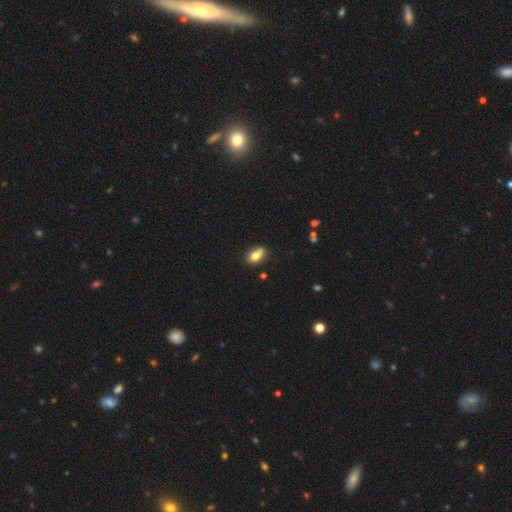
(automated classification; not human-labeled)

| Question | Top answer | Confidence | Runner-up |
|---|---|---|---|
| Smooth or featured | smooth | 76% | featured or disk (15%) |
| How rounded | in between | 78% | round (19%) |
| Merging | none | 59% | minor disturbance (21%) |